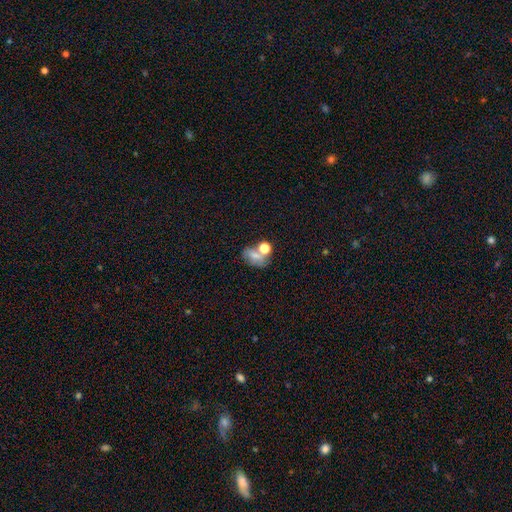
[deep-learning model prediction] smooth 64%, featured or disk 19%, star or artifact 17%. Down the decision tree: how rounded — in between (66%); merging — merger (38%).